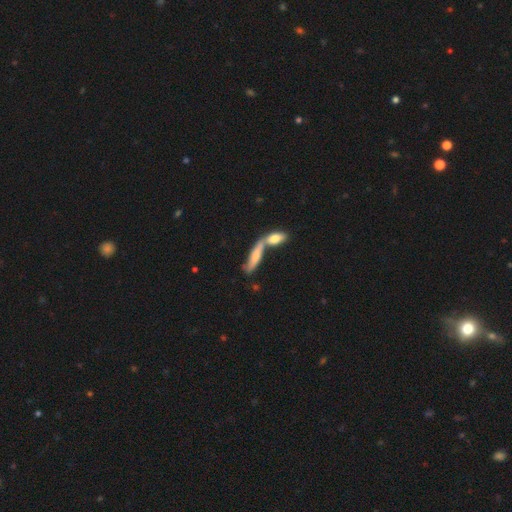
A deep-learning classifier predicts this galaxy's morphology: A smooth galaxy with no disk features (64%) that is cigar-shaped (62%). Merging: merger (52%).